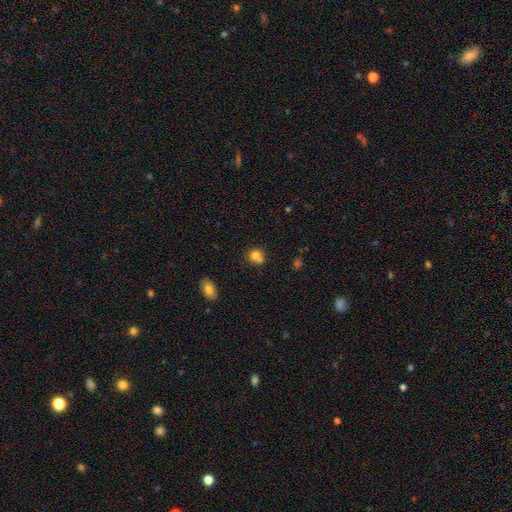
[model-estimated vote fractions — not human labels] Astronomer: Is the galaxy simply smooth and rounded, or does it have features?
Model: smooth — 78%.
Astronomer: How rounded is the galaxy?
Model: round — 77%.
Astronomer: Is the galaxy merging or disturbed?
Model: none — 54%.